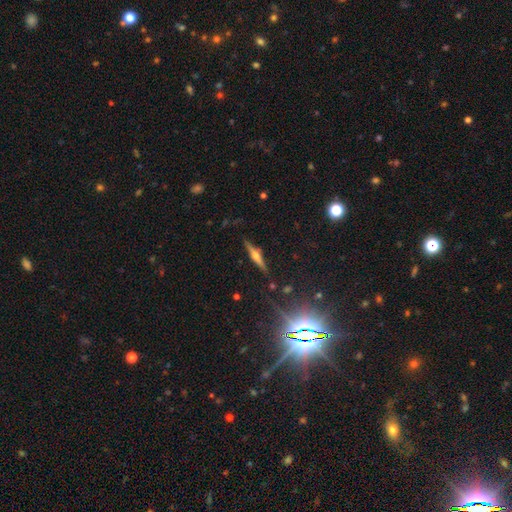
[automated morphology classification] This is likely a featured or disk galaxy (70%). It is clearly viewed edge-on (97%). Edge-on bulge: clearly rounded (89%). Merging: clearly none (87%).